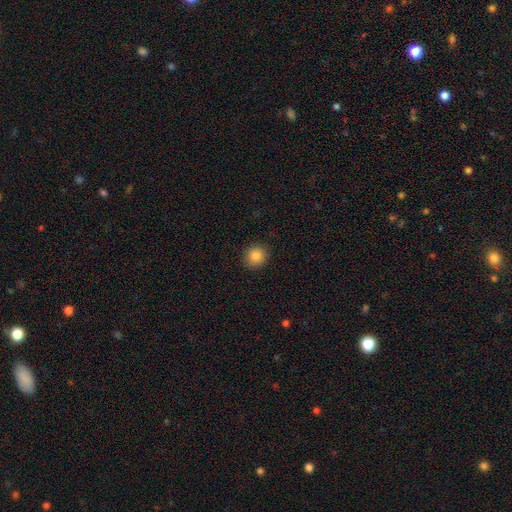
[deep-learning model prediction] A smooth galaxy with no disk features (86%) that is round (87%).

Vote fractions:
- Smooth or featured? smooth: 86% / star or artifact: 10% / featured or disk: 5%
- How rounded? round: 87% / in between: 12% / cigar-shaped: 1%
- Merging? none: 91% / minor disturbance: 7% / major disturbance: 2% / merger: 1%